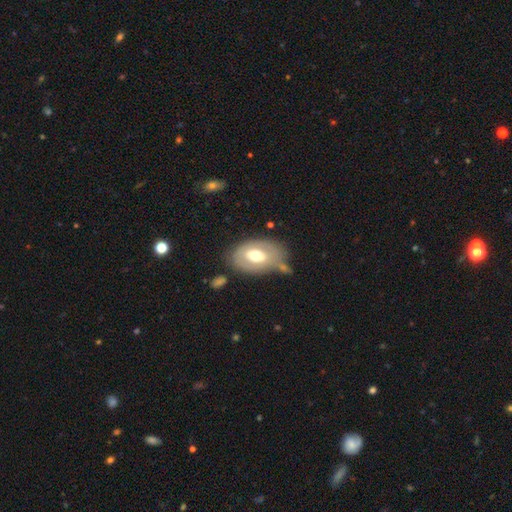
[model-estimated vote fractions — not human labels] Overall: smooth (47%, tied with featured or disk). Merging: none (55%; minor disturbance 24%).